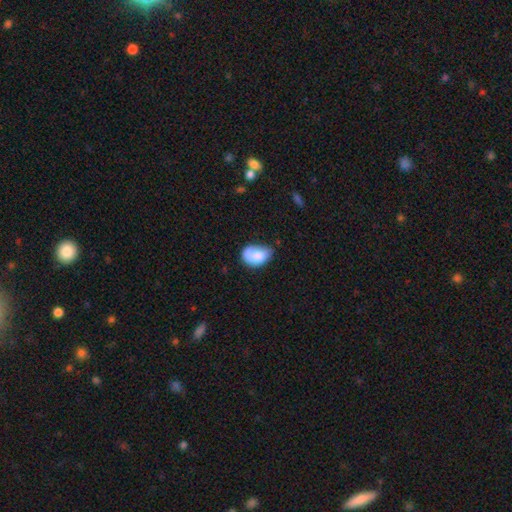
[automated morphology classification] This appears to be a smooth galaxy with no disk features (76%) that is in between round and cigar-shaped (83%). Merging: none (43%).